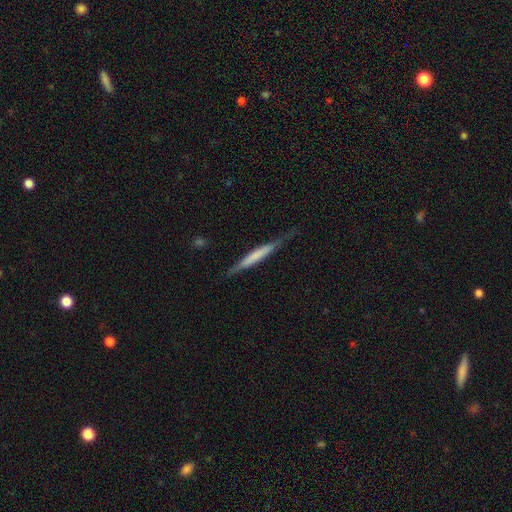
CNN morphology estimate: Smooth or featured? Predicted: smooth (p=0.49). Merging? Predicted: none (p=0.73).